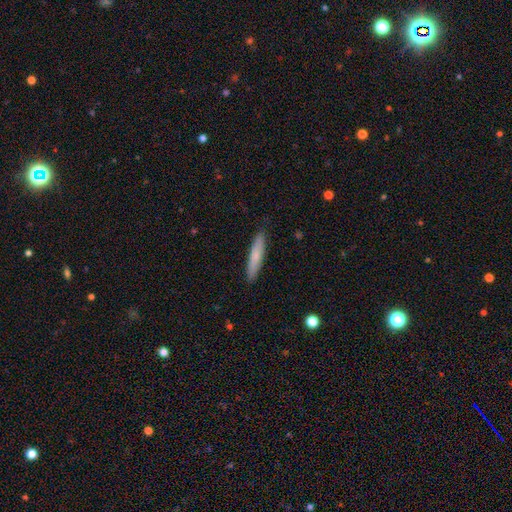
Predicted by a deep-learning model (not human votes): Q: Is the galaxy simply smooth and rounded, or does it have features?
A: smooth — 74%.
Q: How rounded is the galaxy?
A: cigar-shaped — 90%.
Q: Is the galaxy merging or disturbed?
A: none — 90%.